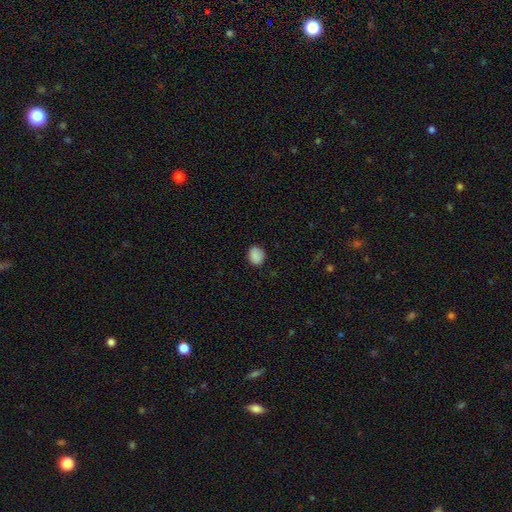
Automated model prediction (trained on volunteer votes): Morphology: type=smooth (88%); roundness=round (56%); merging=none (83%).